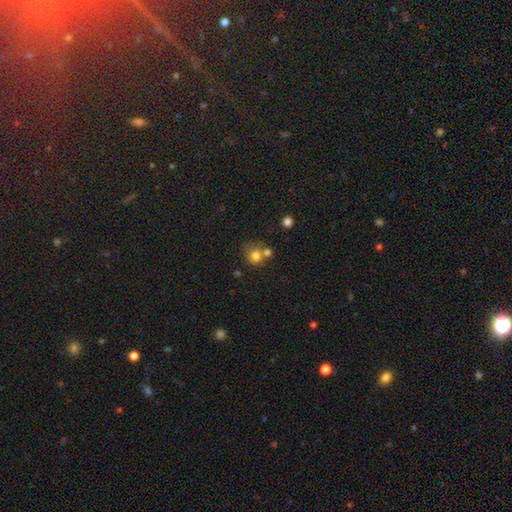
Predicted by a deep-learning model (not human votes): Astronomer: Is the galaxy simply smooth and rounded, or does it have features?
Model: smooth — 78%.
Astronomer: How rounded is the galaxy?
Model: round — 86%.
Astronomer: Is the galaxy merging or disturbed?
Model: none — 50% (runner-up: merger, 36%).